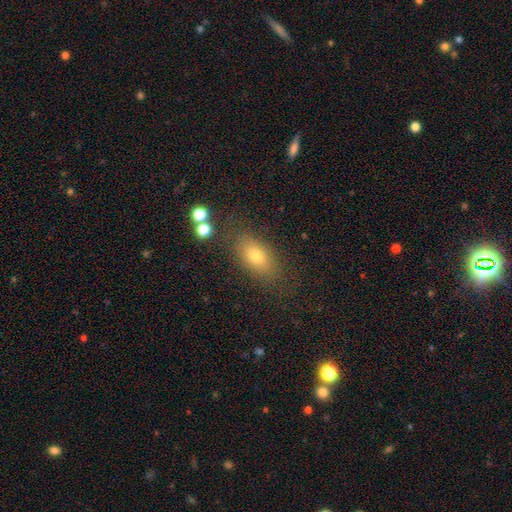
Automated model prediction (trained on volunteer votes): A smooth galaxy with no disk features (74%) that is in between round and cigar-shaped (84%).

Vote fractions:
- Smooth or featured? smooth: 74% / featured or disk: 14% / star or artifact: 12%
- How rounded? in between: 84% / round: 10% / cigar-shaped: 6%
- Merging? none: 80% / minor disturbance: 12% / major disturbance: 5% / merger: 3%